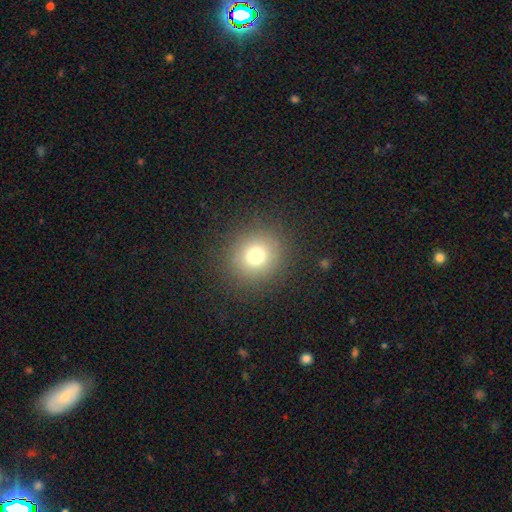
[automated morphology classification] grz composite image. It shows a smooth galaxy with no disk features (74%) that is round (91%). Merging: none (88%).